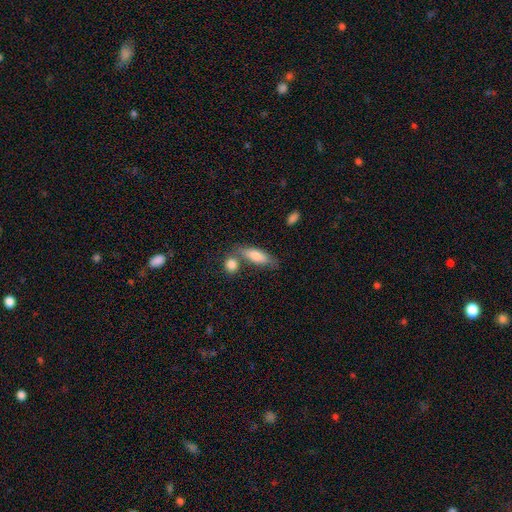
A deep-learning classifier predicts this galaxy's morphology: smooth_or_featured: smooth (p=0.76) [alt: featured or disk p=0.17]
how_rounded: in between (p=0.63) [alt: cigar-shaped p=0.33]
merging: none (p=0.54) [alt: merger p=0.25]